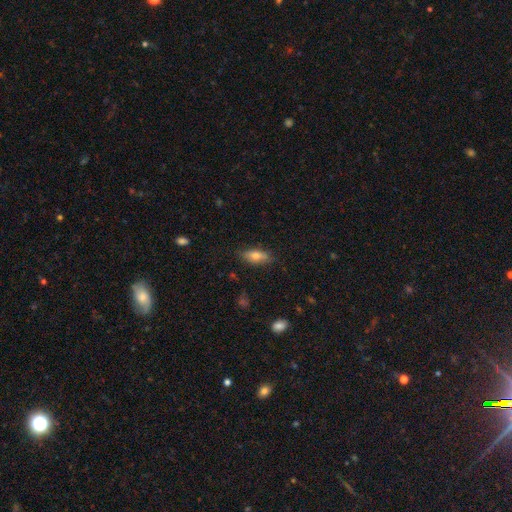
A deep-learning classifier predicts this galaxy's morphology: Smooth or featured?
  - smooth: 70% *
  - featured or disk: 21%
  - star or artifact: 8%
How rounded?
  - in between: 74% *
  - cigar-shaped: 23%
  - round: 4%
Merging?
  - none: 81% *
  - minor disturbance: 15%
  - major disturbance: 3%
  - merger: 1%